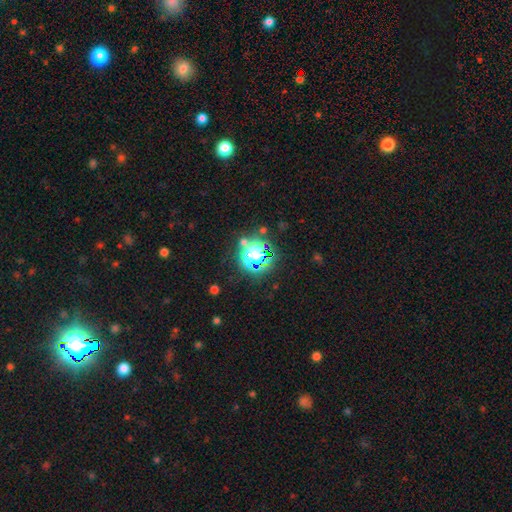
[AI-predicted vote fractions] smooth-or-featured: star or artifact: 56% | smooth: 31% | featured or disk: 13%